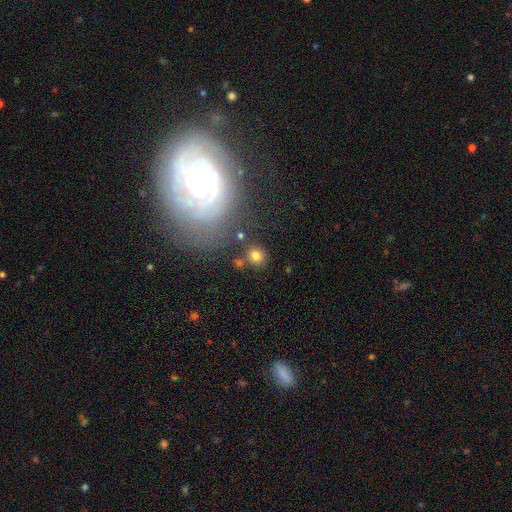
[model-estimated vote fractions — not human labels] This appears to be a smooth galaxy with no disk features (77%) that is round (79%). Merging: none (78%).